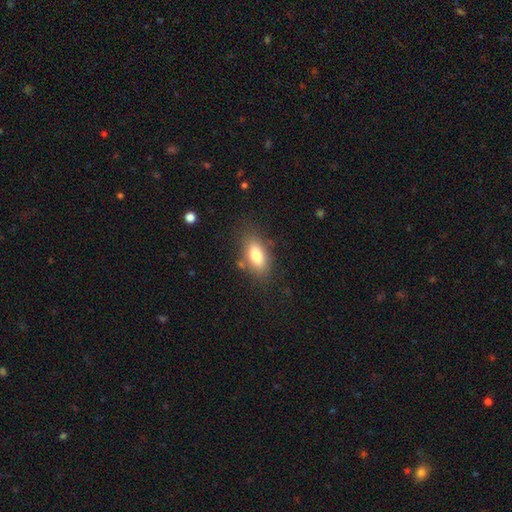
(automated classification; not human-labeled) smooth 78%, featured or disk 14%, star or artifact 8%. Down the decision tree: how rounded — in between (87%); merging — none (78%).